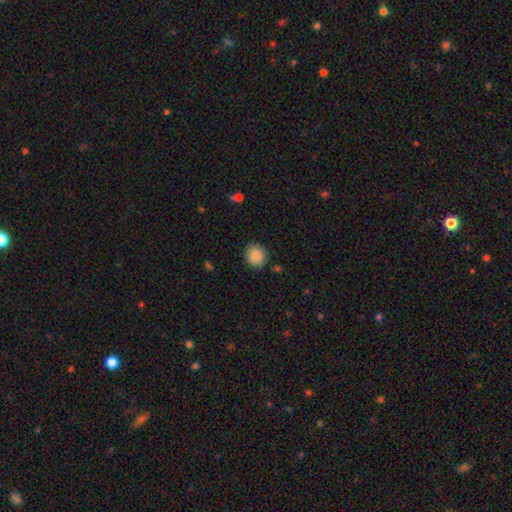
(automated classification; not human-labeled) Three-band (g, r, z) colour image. It shows a smooth galaxy with no disk features (88%) that is round (86%). Merging: none (87%).